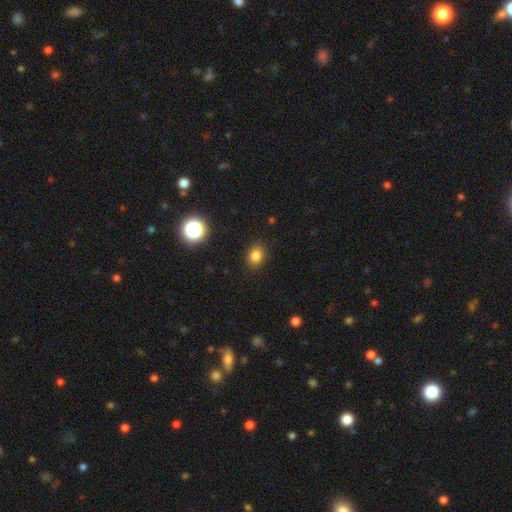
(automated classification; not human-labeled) smooth_or_featured: smooth (p=0.81) [alt: star or artifact p=0.13]
how_rounded: in between (p=0.52) [alt: round p=0.47]
merging: none (p=0.87) [alt: minor disturbance p=0.09]